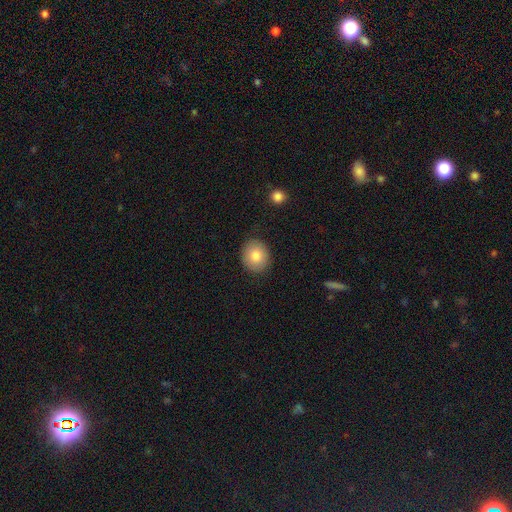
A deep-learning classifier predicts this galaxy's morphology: A smooth galaxy with no disk features (82%) that is round (73%). Merging: none (86%).